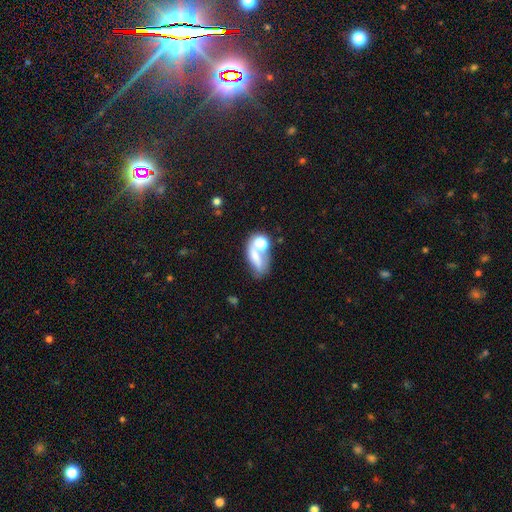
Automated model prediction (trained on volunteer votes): This is possibly a smooth galaxy (60%). How rounded: likely in between (71%). Merging: marginally merger (38%).